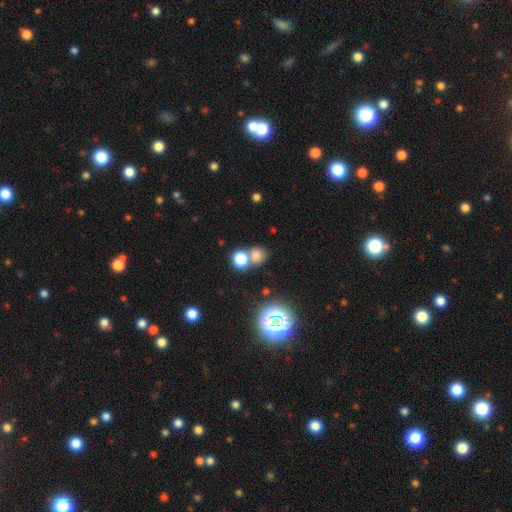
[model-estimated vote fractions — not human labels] A smooth galaxy with no disk features (70%) that is round (76%).

Vote fractions:
- Smooth or featured? smooth: 70% / star or artifact: 22% / featured or disk: 8%
- How rounded? round: 76% / in between: 23% / cigar-shaped: 1%
- Merging? none: 51% / merger: 37% / minor disturbance: 8% / major disturbance: 4%